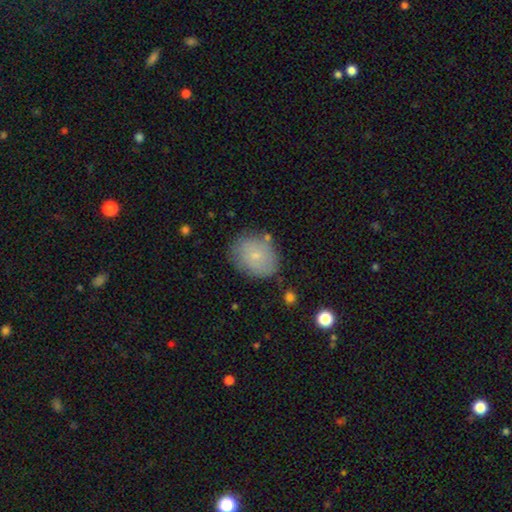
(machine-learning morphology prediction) A smooth galaxy with no disk features (72%) that is in between round and cigar-shaped (54%). Merging: none (73%).